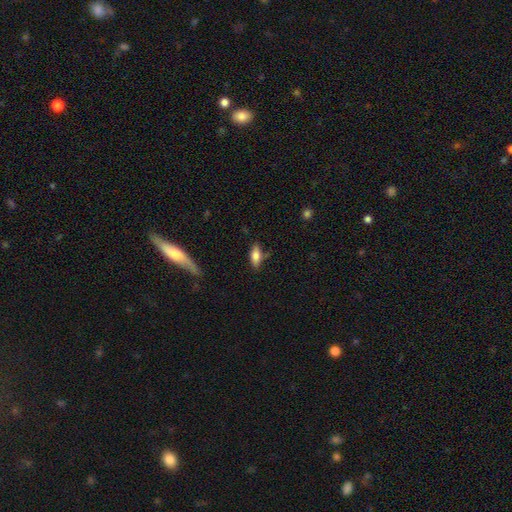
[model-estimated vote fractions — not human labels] The model was most divided on "merging": none: 75%, minor disturbance: 18%, major disturbance: 4%, merger: 4%. More confident: how rounded — in between (80%); smooth or featured — smooth (76%).